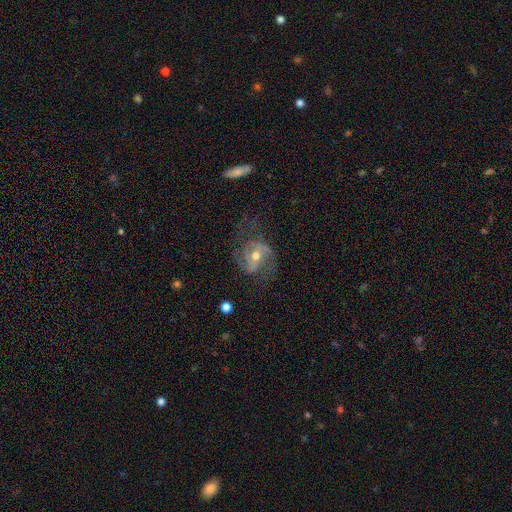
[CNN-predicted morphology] Overall: featured or disk (83%). Edge-on disk: no (97%). Bar: no (40%; weak 39%). Spiral arms: yes (94%). Spiral arm count: 2 (71%). Spiral winding: medium (48%; loose 29%). Bulge size: moderate (65%; small 30%). Merging: none (59%; minor disturbance 20%).